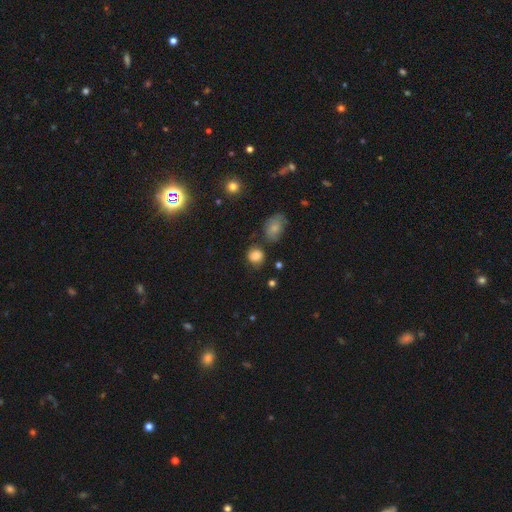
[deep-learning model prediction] smooth-or-featured: smooth: 81% | star or artifact: 11% | featured or disk: 7%
  how-rounded: round: 74% | in between: 25% | cigar-shaped: 1%
  merging: none: 66% | minor disturbance: 19% | merger: 8% | major disturbance: 6%